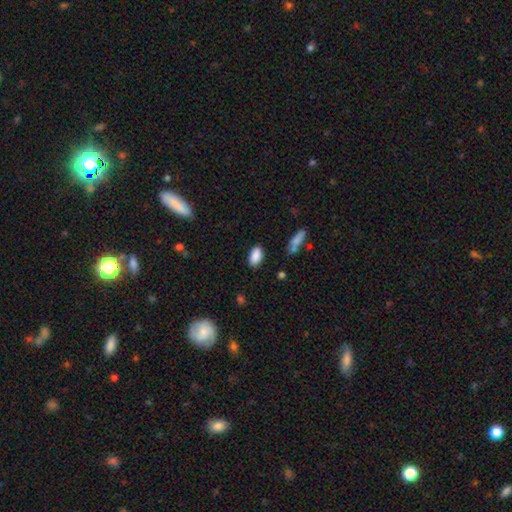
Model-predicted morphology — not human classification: Q: Smooth or featured?
A: smooth (88%); runner-up: star or artifact (7%)
Q: How rounded?
A: in between (92%); runner-up: round (5%)
Q: Merging?
A: none (85%); runner-up: minor disturbance (11%)